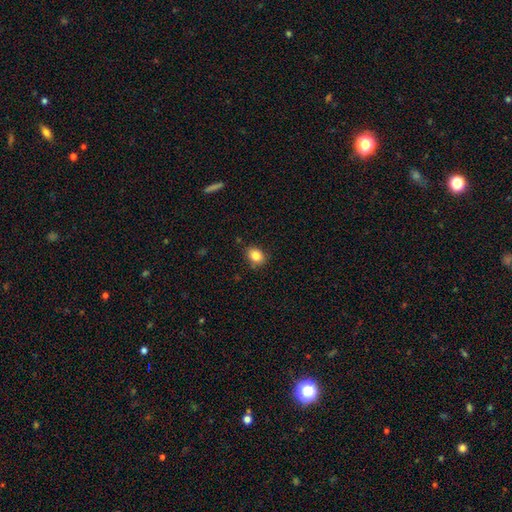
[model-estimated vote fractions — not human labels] Q: Smooth or featured?
A: smooth (84%); runner-up: star or artifact (10%)
Q: How rounded?
A: in between (58%); runner-up: round (41%)
Q: Merging?
A: none (82%); runner-up: minor disturbance (13%)